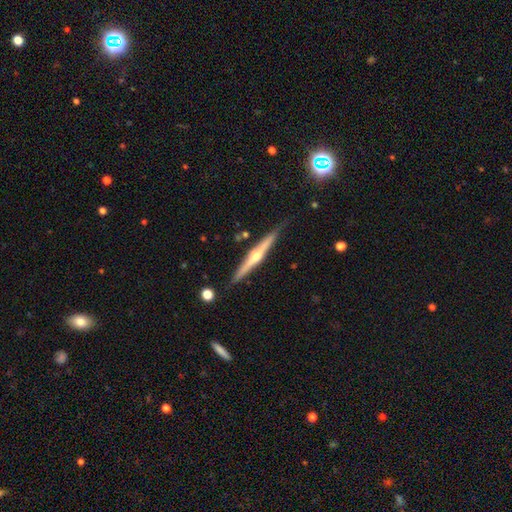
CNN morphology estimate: This appears to be a featured or disk galaxy (76%) viewed edge-on (98%) with a rounded central bulge (89%). Merging: none (85%).